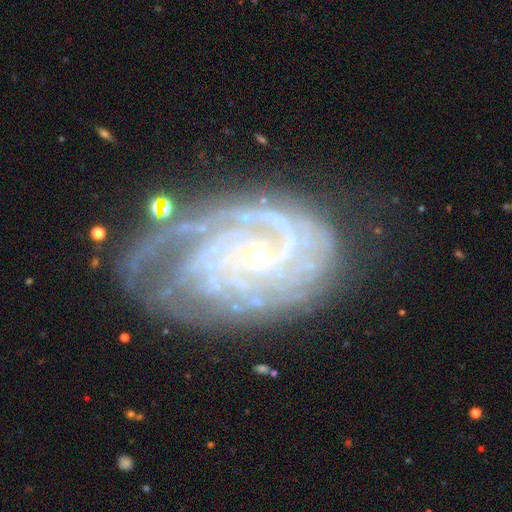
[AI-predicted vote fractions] This appears to be a featured or disk galaxy (89%) with no bar (73%), tight (74%) spiral arms (97%) and a small central bulge (82%). Merging: none (56%).